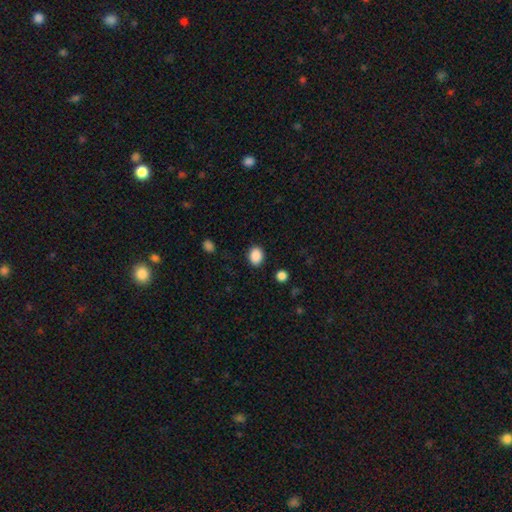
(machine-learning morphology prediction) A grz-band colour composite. It shows a smooth galaxy with no disk features (89%) that is in between round and cigar-shaped (59%). Merging: none (87%).